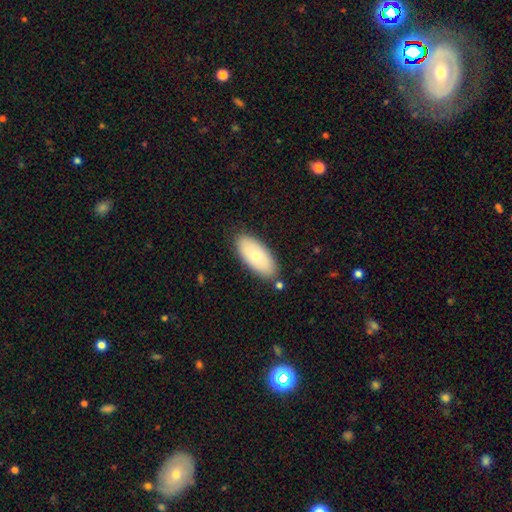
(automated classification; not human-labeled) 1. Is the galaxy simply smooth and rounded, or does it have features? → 67% smooth, 27% featured or disk, 6% star or artifact.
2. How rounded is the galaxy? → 90% in between, 8% cigar-shaped, 2% round.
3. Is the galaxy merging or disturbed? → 82% none, 12% minor disturbance, 3% merger, 3% major disturbance.